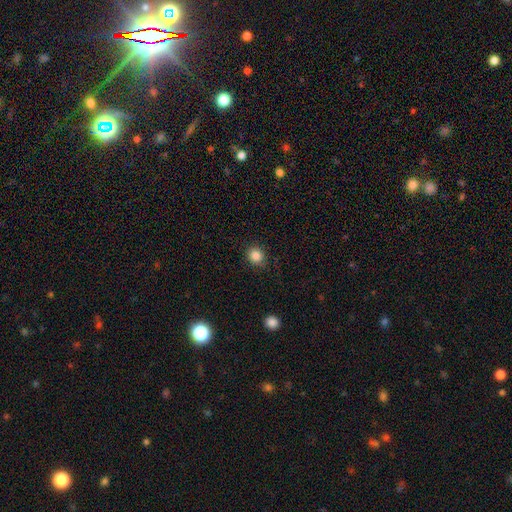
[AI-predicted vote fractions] Morphology: type=smooth (85%); roundness=round (83%); merging=none (87%).